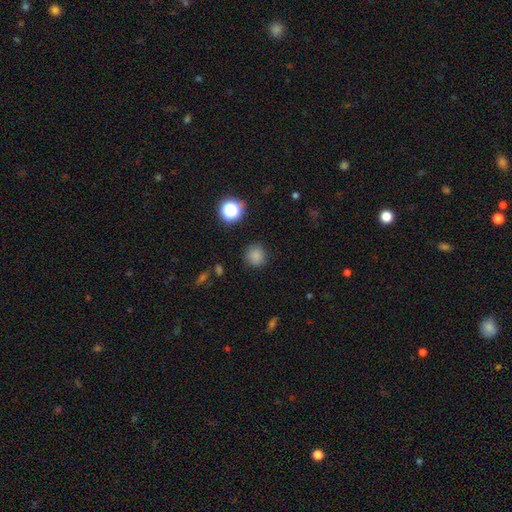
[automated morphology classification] Q: Smooth or featured?
A: smooth (81%); runner-up: star or artifact (15%)
Q: How rounded?
A: round (89%); runner-up: in between (10%)
Q: Merging?
A: none (86%); runner-up: minor disturbance (9%)